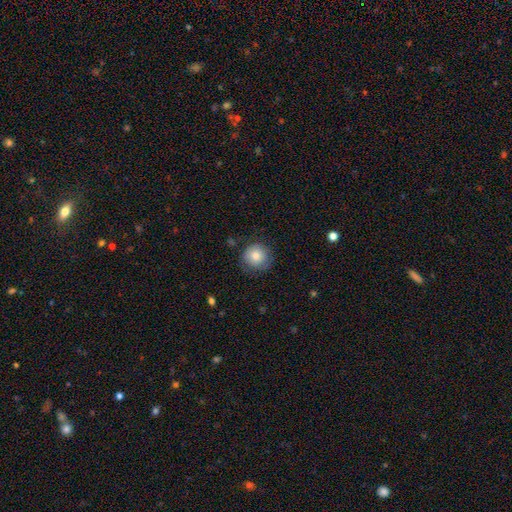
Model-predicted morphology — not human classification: Overall: smooth (81%). How rounded: round (93%). Merging: none (80%).